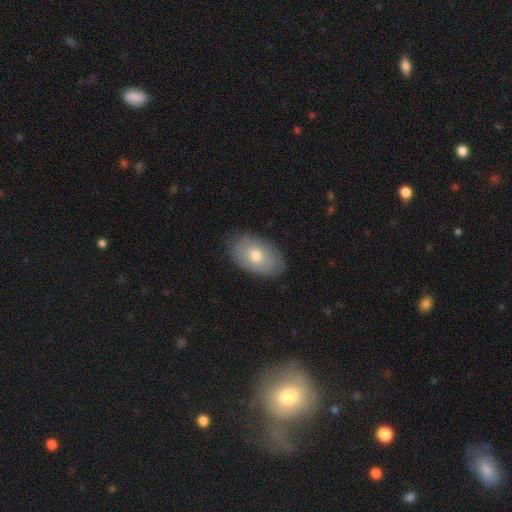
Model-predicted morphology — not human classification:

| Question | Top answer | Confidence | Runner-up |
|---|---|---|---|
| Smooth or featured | smooth | 69% | featured or disk (24%) |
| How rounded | in between | 91% | round (8%) |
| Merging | none | 84% | minor disturbance (12%) |